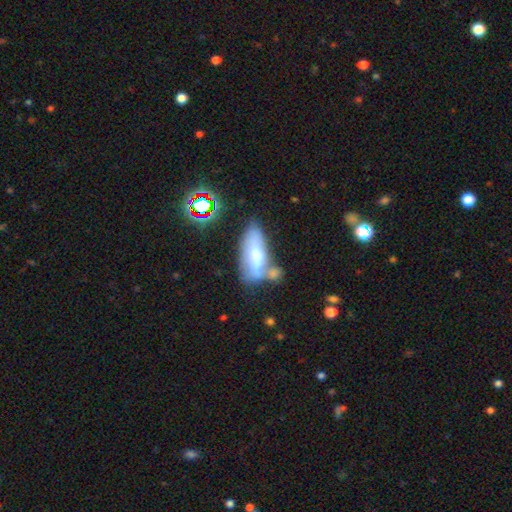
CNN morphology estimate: A smooth galaxy with no disk features (54%) that is in between round and cigar-shaped (68%). Merging: none (36%).